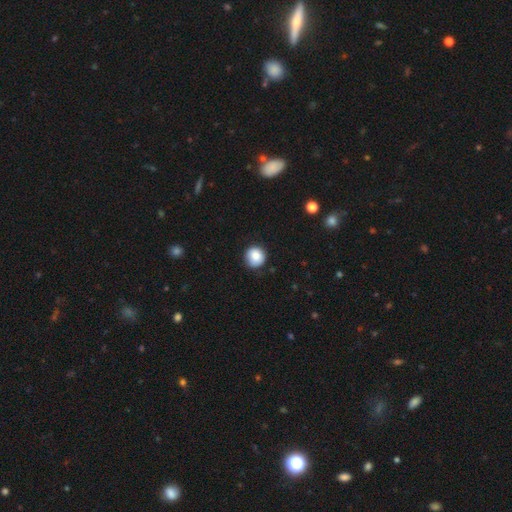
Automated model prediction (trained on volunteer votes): Q: Smooth or featured?
A: smooth (84%); runner-up: star or artifact (9%)
Q: How rounded?
A: round (93%); runner-up: in between (6%)
Q: Merging?
A: none (84%); runner-up: minor disturbance (13%)